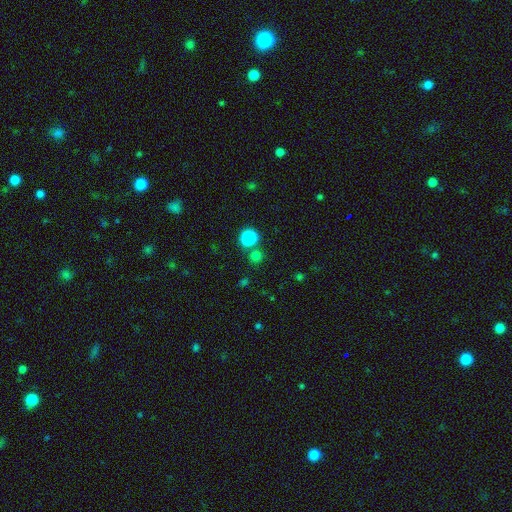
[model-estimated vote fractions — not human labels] Smooth or featured? Predicted: smooth (p=0.74). How rounded? Predicted: round (p=0.90). Merging? Predicted: none (p=0.75).